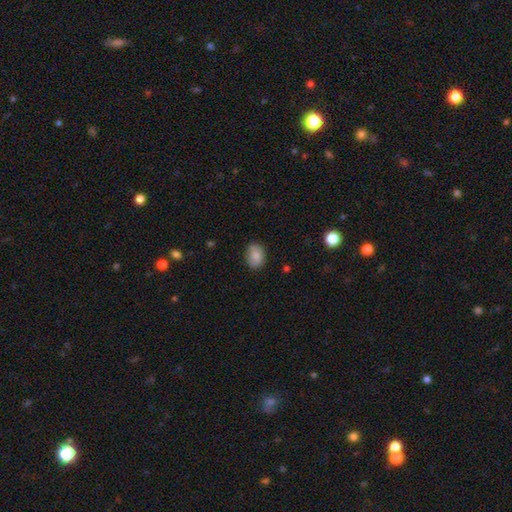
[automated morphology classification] smooth 83%, featured or disk 9%, star or artifact 8%. Down the decision tree: how rounded — in between (63%); merging — none (77%).